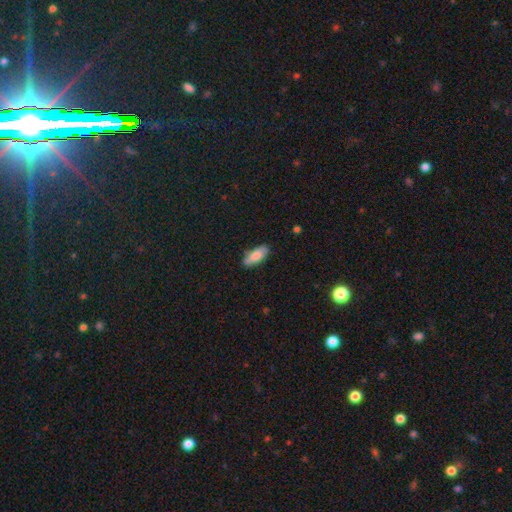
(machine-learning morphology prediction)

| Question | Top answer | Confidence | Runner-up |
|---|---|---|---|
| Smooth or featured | smooth | 77% | featured or disk (17%) |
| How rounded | in between | 79% | cigar-shaped (19%) |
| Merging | none | 79% | minor disturbance (16%) |